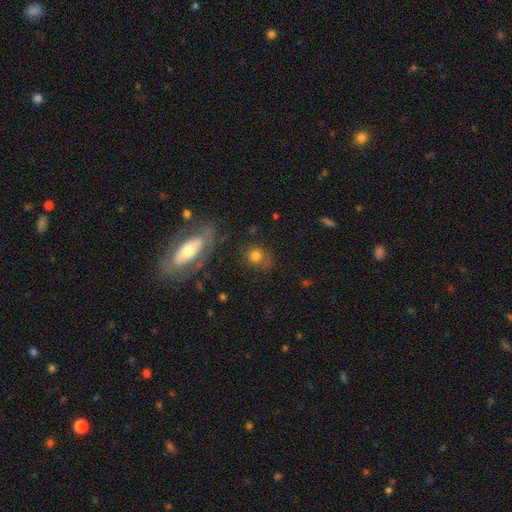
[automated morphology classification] smooth_or_featured: smooth (p=0.70) [alt: featured or disk p=0.17]
how_rounded: round (p=0.71) [alt: in between p=0.27]
merging: none (p=0.62) [alt: minor disturbance p=0.19]